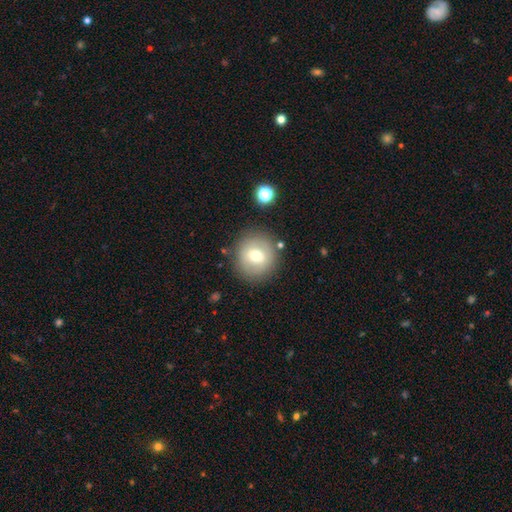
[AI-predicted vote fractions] Smooth or featured: smooth — 66% (featured or disk — 24%)
How rounded: round — 90% (in between — 9%)
Merging: none — 83% (minor disturbance — 10%)